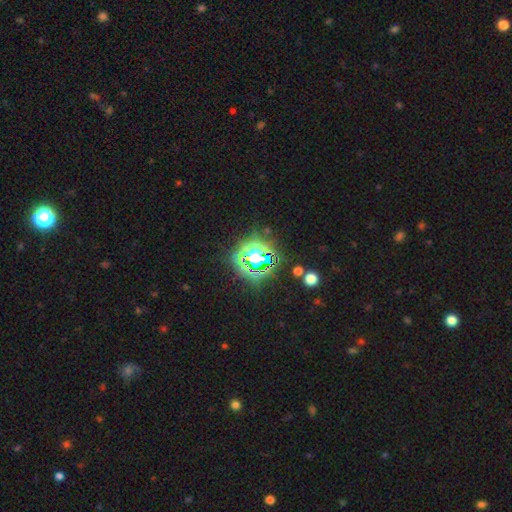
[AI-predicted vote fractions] Smooth or featured: star or artifact — 72% (smooth — 18%)